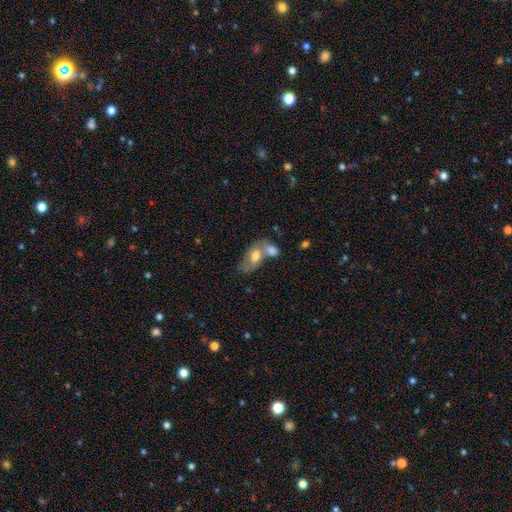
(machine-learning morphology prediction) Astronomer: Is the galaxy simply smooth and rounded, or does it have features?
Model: smooth — 63%.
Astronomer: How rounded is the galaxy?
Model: in between — 89%.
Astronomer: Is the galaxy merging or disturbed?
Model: merger — 59%.